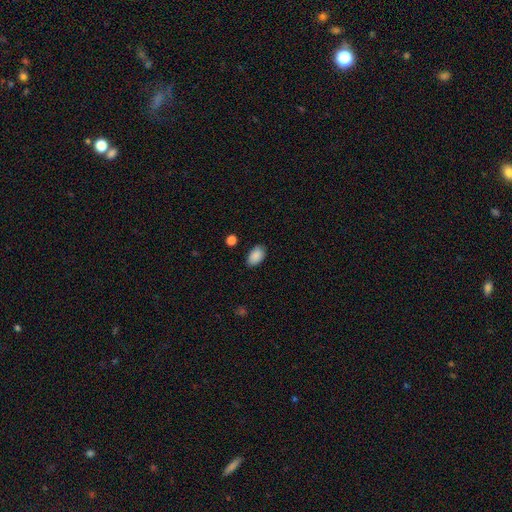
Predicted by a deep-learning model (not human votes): A smooth galaxy with no disk features (89%) that is in between round and cigar-shaped (91%). Merging: none (83%).